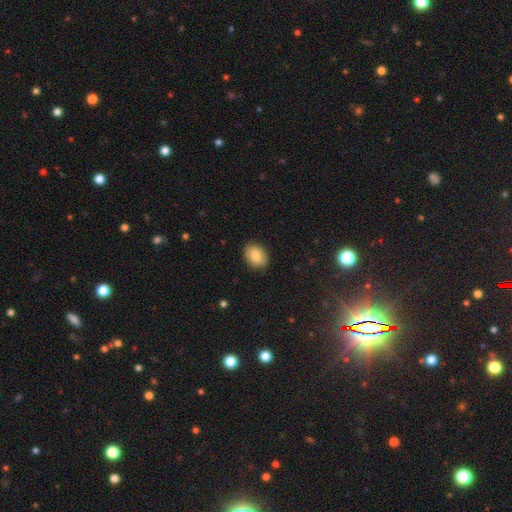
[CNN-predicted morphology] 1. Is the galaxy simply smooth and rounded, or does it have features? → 83% smooth, 9% featured or disk, 8% star or artifact.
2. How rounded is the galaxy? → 71% in between, 28% round, 1% cigar-shaped.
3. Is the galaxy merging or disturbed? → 87% none, 10% minor disturbance, 2% major disturbance, 1% merger.